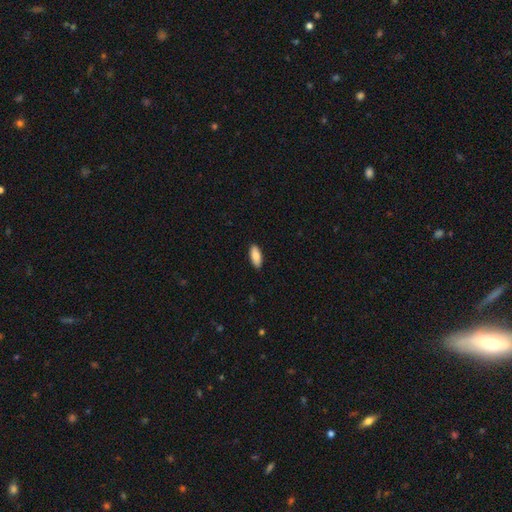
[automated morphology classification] Smooth or featured?
  - smooth: 83% *
  - featured or disk: 11%
  - star or artifact: 6%
How rounded?
  - in between: 81% *
  - cigar-shaped: 17%
  - round: 2%
Merging?
  - none: 90% *
  - minor disturbance: 8%
  - major disturbance: 2%
  - merger: 1%